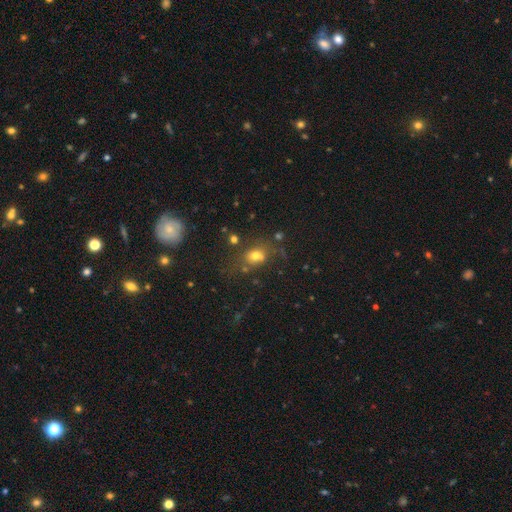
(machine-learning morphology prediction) Smooth or featured? smooth (69%)
How rounded? round (53%)
Merging? none (61%)